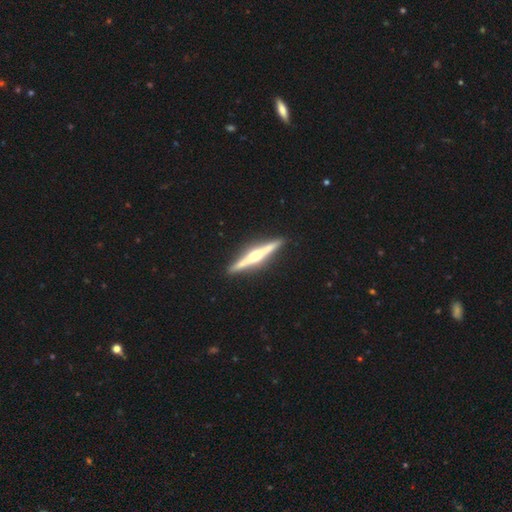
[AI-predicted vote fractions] This appears to be a featured or disk galaxy (80%) viewed edge-on (98%) with a rounded central bulge (88%). Merging: none (92%).